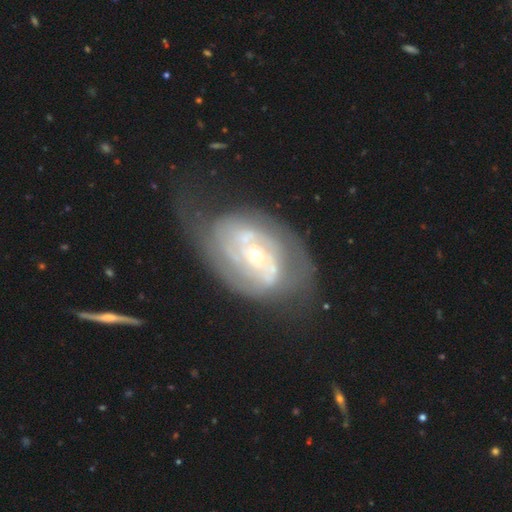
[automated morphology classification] Q: Smooth or featured?
A: featured or disk (82%); runner-up: smooth (11%)
Q: Edge-on disk?
A: no (96%); runner-up: yes (4%)
Q: Bar?
A: no (59%); runner-up: weak (29%)
Q: Spiral arms?
A: yes (84%); runner-up: no (16%)
Q: Spiral winding?
A: tight (54%); runner-up: medium (33%)
Q: Spiral arm count?
A: 2 (50%); runner-up: can't tell (32%)
Q: Bulge size?
A: small (62%); runner-up: moderate (33%)
Q: Merging?
A: none (46%); runner-up: major disturbance (26%)